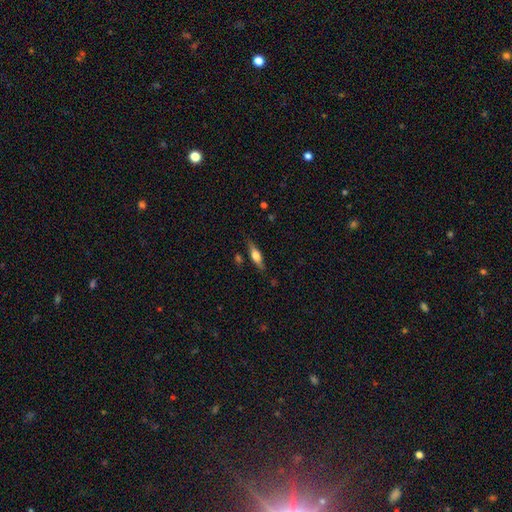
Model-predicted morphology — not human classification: smooth_or_featured: smooth (p=0.49) [alt: featured or disk p=0.45]
merging: none (p=0.82) [alt: minor disturbance p=0.13]